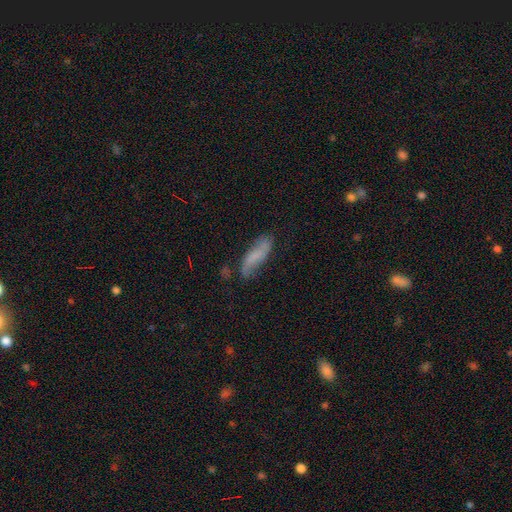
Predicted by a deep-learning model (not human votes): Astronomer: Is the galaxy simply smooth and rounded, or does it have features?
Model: smooth — 52% (runner-up: featured or disk, 40%).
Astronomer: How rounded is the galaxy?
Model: cigar-shaped — 57% (runner-up: in between, 41%).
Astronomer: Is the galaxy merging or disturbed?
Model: none — 66%.